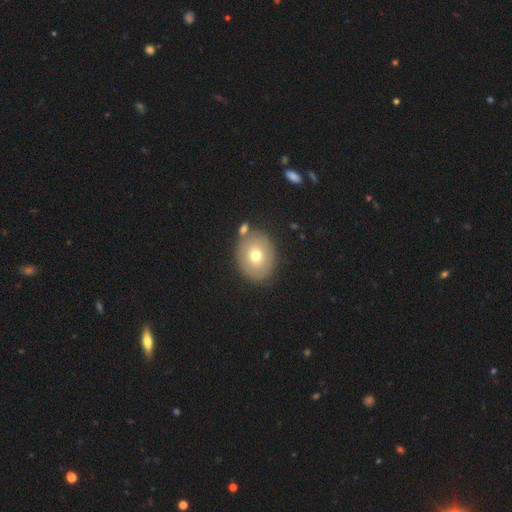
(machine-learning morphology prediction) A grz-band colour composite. It shows a smooth galaxy with no disk features (67%) that is round (55%). Merging: none (75%).